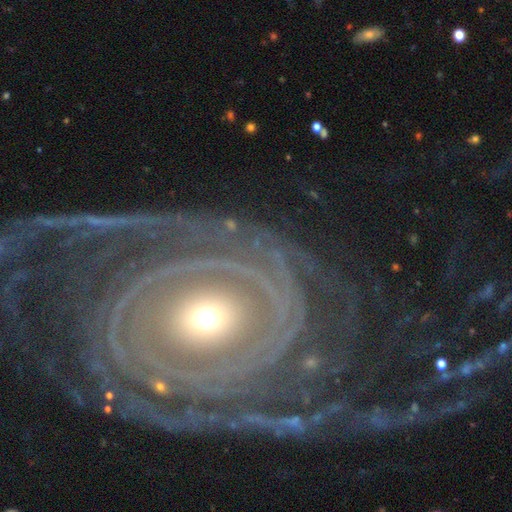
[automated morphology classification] smooth-or-featured: featured or disk: 89% | star or artifact: 6% | smooth: 5%
  disk-edge-on: no: 96% | yes: 4%
    bar: no: 77% | weak: 13% | strong: 11%
    has-spiral-arms: yes: 94% | no: 6%
      spiral-winding: tight: 81% | medium: 14% | loose: 5%
      spiral-arm-count: 2: 25% | can't tell: 22% | more than 4: 15% | 3: 15% | 4: 13% | 1: 10%
    bulge-size: moderate: 51% | small: 42% | large: 5% | dominant: 1% | none: 1%
  merging: none: 69% | major disturbance: 15% | minor disturbance: 14% | merger: 2%